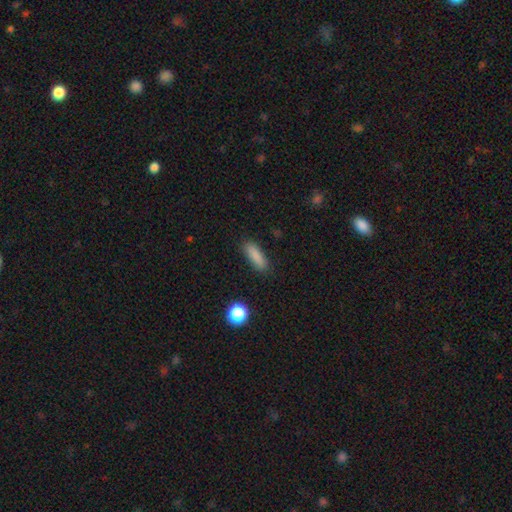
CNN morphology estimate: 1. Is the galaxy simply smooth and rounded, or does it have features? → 86% smooth, 9% star or artifact, 6% featured or disk.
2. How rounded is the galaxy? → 52% cigar-shaped, 45% in between, 3% round.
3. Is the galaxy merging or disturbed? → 86% none, 10% minor disturbance, 3% major disturbance, 2% merger.